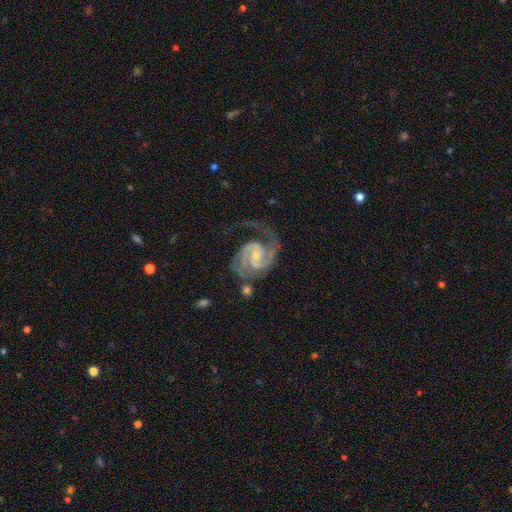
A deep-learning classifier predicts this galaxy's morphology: Smooth or featured? featured or disk (93%)
Edge-on disk? no (98%)
Bar? no (51%)
Spiral arms? yes (99%)
Spiral winding? medium (48%)
Spiral arm count? 2 (78%)
Bulge size? small (66%)
Merging? none (55%)